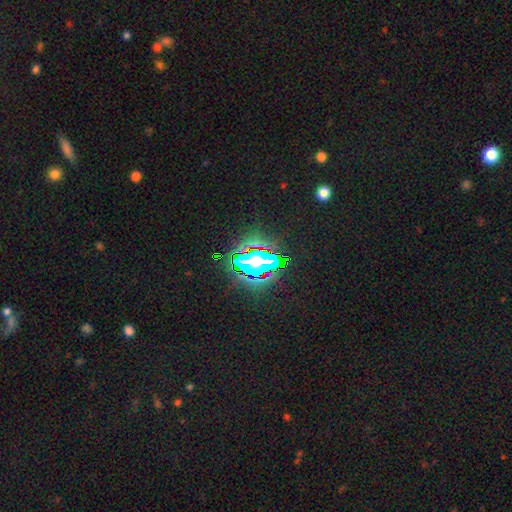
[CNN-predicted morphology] smooth_or_featured: star or artifact (p=0.76) [alt: smooth p=0.13]